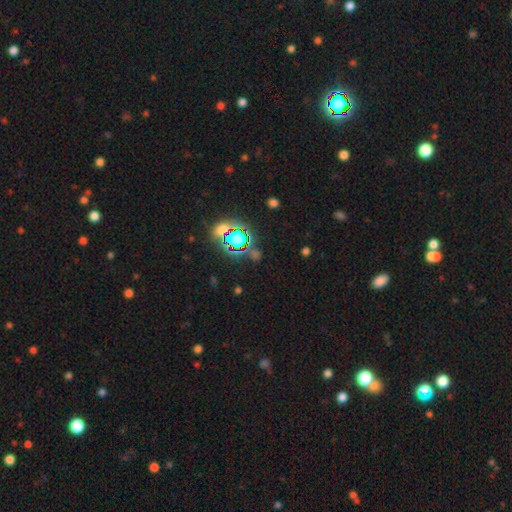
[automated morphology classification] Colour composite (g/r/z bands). It shows a star or artifact, not a galaxy (66%).